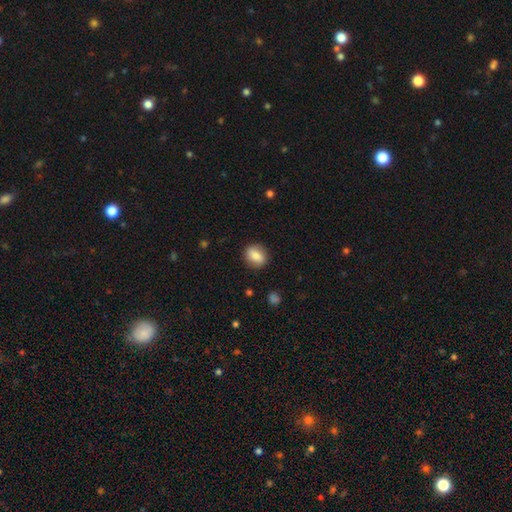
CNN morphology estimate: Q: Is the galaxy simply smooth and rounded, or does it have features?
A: smooth — 79%.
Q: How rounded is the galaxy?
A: round — 57%.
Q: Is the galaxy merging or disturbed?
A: none — 85%.